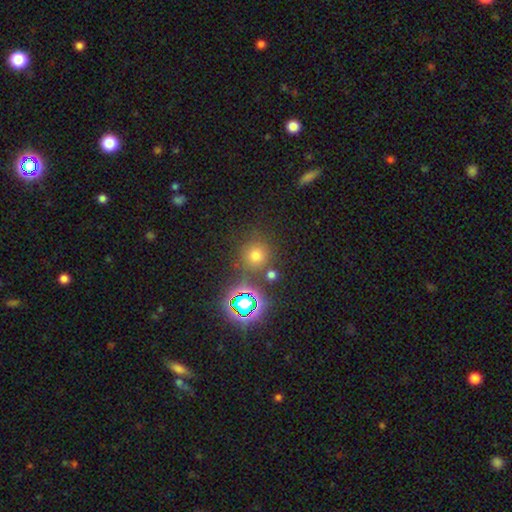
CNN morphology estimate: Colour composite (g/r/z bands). It shows a smooth galaxy with no disk features (62%) that is round (92%). Merging: none (77%).